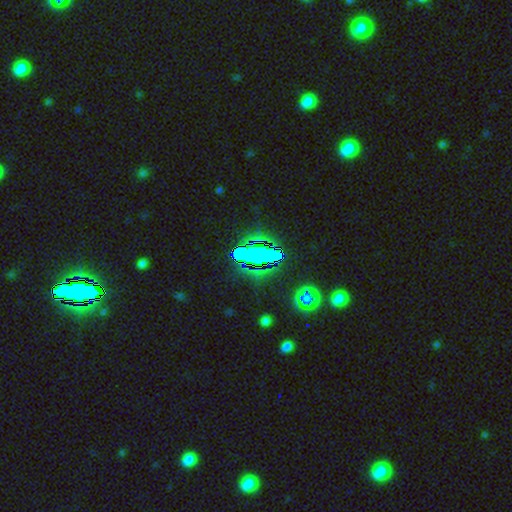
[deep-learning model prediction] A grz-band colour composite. It shows a star or artifact, not a galaxy (65%).